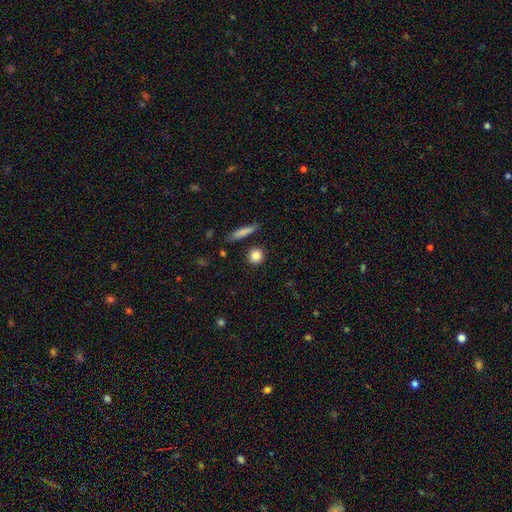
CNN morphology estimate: A smooth galaxy with no disk features (84%) that is round (86%).

Vote fractions:
- Smooth or featured? smooth: 84% / star or artifact: 9% / featured or disk: 8%
- How rounded? round: 86% / in between: 10% / cigar-shaped: 3%
- Merging? none: 86% / minor disturbance: 8% / merger: 4% / major disturbance: 2%